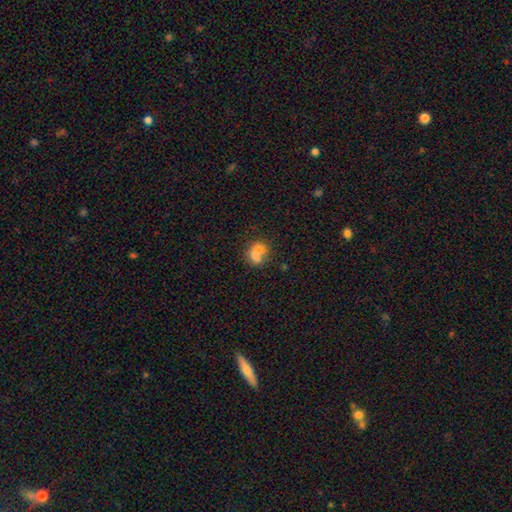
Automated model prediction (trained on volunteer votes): Morphology: type=smooth (70%); roundness=round (56%); merging=merger (67%).